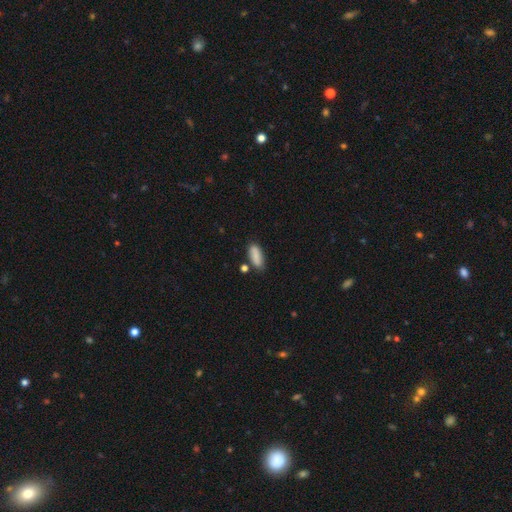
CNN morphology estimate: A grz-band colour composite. It shows a smooth galaxy with no disk features (87%) that is in between round and cigar-shaped (75%). Merging: none (74%).